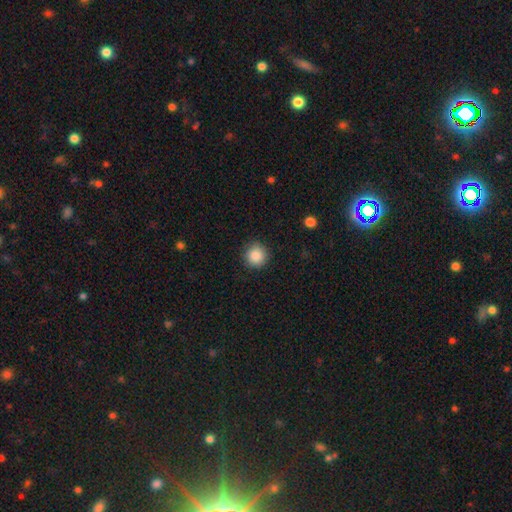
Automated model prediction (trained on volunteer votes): A smooth galaxy with no disk features (87%) that is round (94%).

Vote fractions:
- Smooth or featured? smooth: 87% / star or artifact: 9% / featured or disk: 4%
- How rounded? round: 94% / in between: 5% / cigar-shaped: 1%
- Merging? none: 89% / minor disturbance: 8% / major disturbance: 2% / merger: 1%